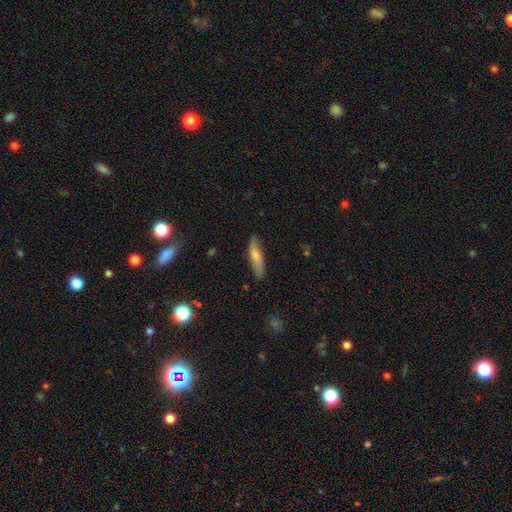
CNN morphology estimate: The model was most divided on "how rounded": cigar-shaped: 70%, in between: 28%, round: 2%. More confident: merging — none (82%); smooth or featured — smooth (70%).